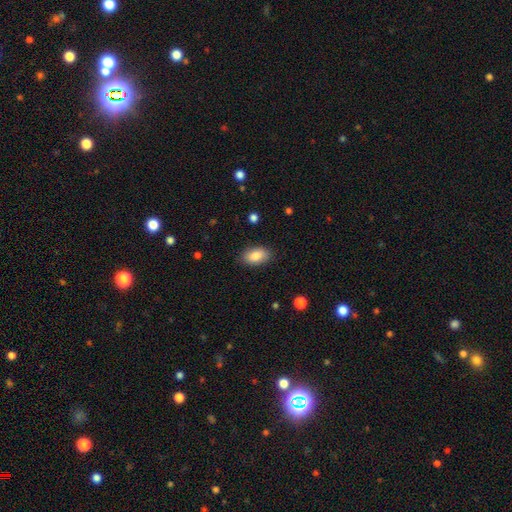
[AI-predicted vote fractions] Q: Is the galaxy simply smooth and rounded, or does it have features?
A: smooth — 86%.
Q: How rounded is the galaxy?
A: in between — 92%.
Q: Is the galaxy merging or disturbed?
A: none — 87%.